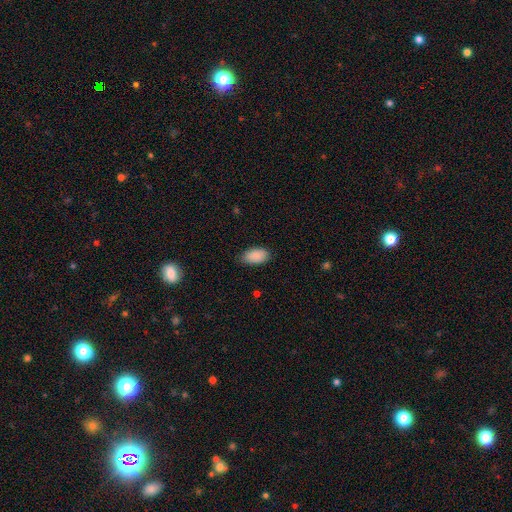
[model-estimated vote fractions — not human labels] Smooth or featured? Predicted: smooth (p=0.89). How rounded? Predicted: in between (p=0.94). Merging? Predicted: none (p=0.81).